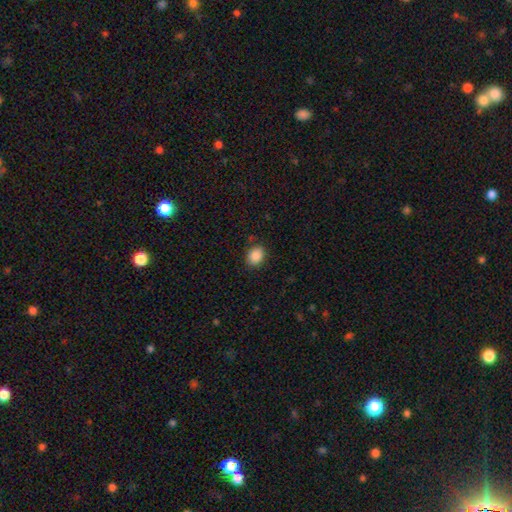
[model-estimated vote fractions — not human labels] A smooth galaxy with no disk features (88%) that is in between round and cigar-shaped (59%).

Vote fractions:
- Smooth or featured? smooth: 88% / star or artifact: 9% / featured or disk: 3%
- How rounded? in between: 59% / round: 40% / cigar-shaped: 1%
- Merging? none: 85% / minor disturbance: 11% / major disturbance: 3% / merger: 1%